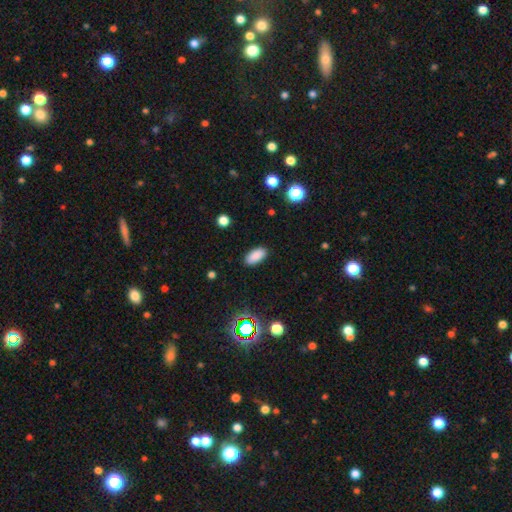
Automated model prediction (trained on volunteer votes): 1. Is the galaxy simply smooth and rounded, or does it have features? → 87% smooth, 9% star or artifact, 4% featured or disk.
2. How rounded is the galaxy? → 92% in between, 5% cigar-shaped, 3% round.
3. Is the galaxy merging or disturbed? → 89% none, 8% minor disturbance, 2% major disturbance, 1% merger.